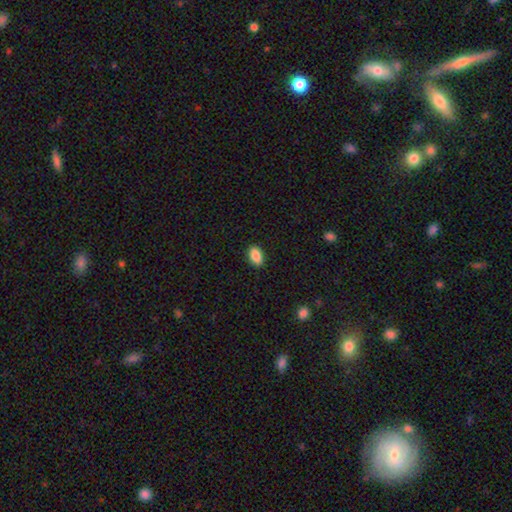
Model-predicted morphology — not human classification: Overall: smooth (89%). How rounded: in between (91%). Merging: none (89%).